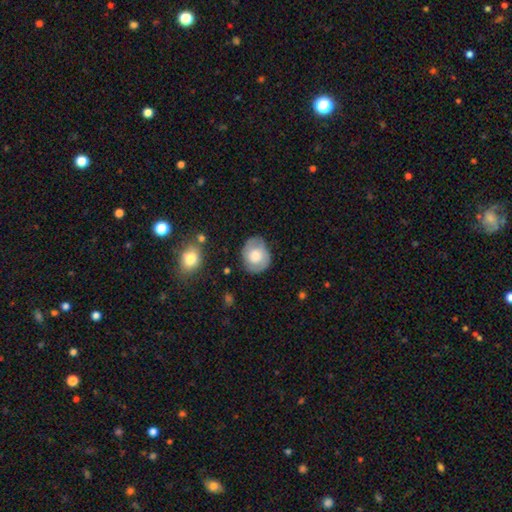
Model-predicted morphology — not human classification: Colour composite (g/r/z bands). It shows a smooth galaxy with no disk features (56%) that is round (69%). Merging: none (74%).